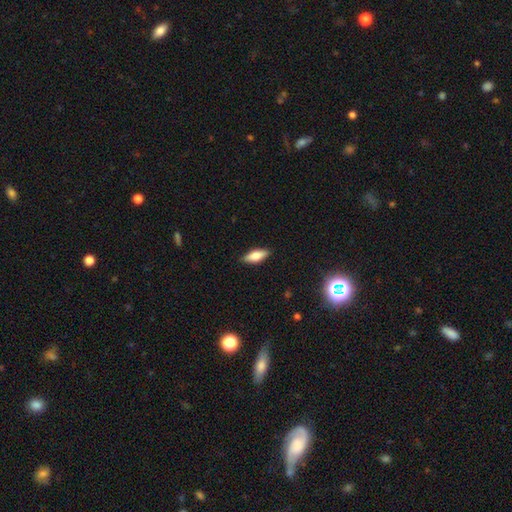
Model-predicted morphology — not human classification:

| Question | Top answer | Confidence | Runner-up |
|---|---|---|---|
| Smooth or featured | smooth | 69% | featured or disk (25%) |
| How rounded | in between | 66% | cigar-shaped (31%) |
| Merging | none | 88% | minor disturbance (9%) |